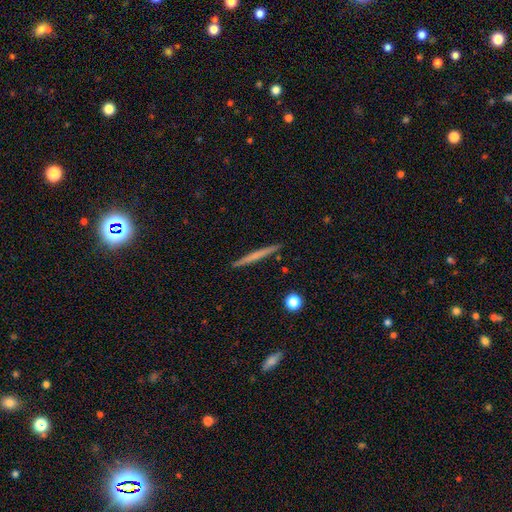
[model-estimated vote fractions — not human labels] smooth_or_featured: smooth (p=0.48) [alt: featured or disk p=0.46]
merging: none (p=0.92) [alt: minor disturbance p=0.06]